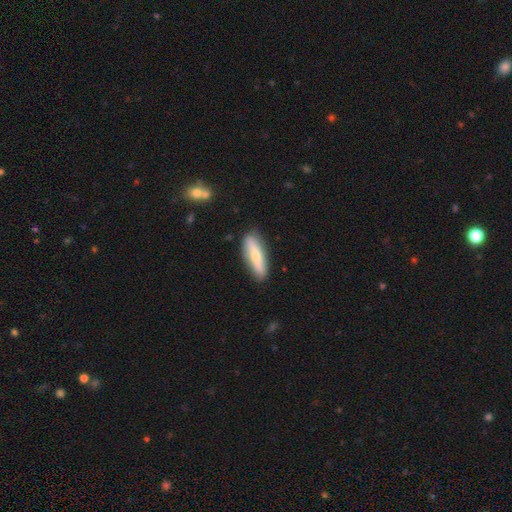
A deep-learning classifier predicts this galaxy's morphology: Smooth or featured?
  - smooth: 56% *
  - featured or disk: 39%
  - star or artifact: 5%
How rounded?
  - cigar-shaped: 56% *
  - in between: 42%
  - round: 2%
Merging?
  - none: 85% *
  - minor disturbance: 11%
  - major disturbance: 2%
  - merger: 2%